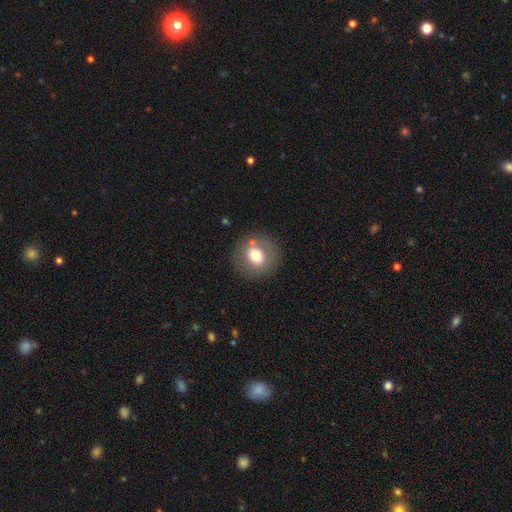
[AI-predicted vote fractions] Overall: smooth (70%). How rounded: round (89%). Merging: none (81%).